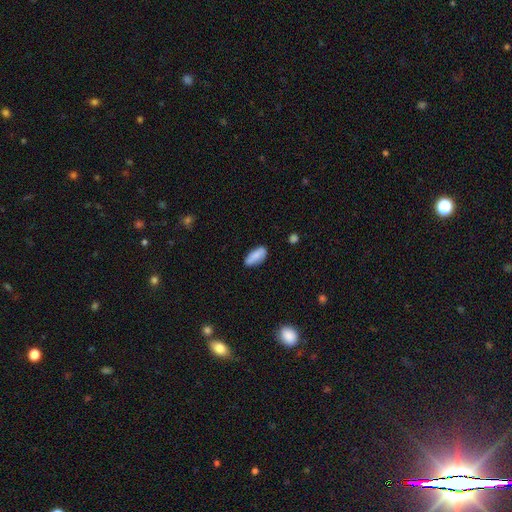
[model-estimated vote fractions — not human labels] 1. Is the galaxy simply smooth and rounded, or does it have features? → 85% smooth, 9% featured or disk, 6% star or artifact.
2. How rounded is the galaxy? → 83% in between, 15% cigar-shaped, 2% round.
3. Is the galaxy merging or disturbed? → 82% none, 14% minor disturbance, 3% major disturbance, 1% merger.